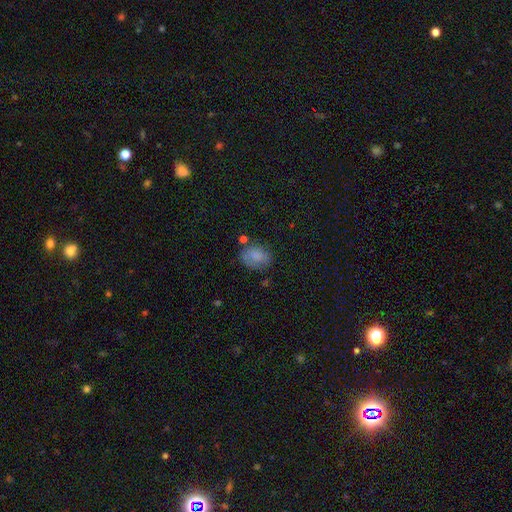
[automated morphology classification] A smooth galaxy with no disk features (80%) that is in between round and cigar-shaped (66%). Merging: none (62%).